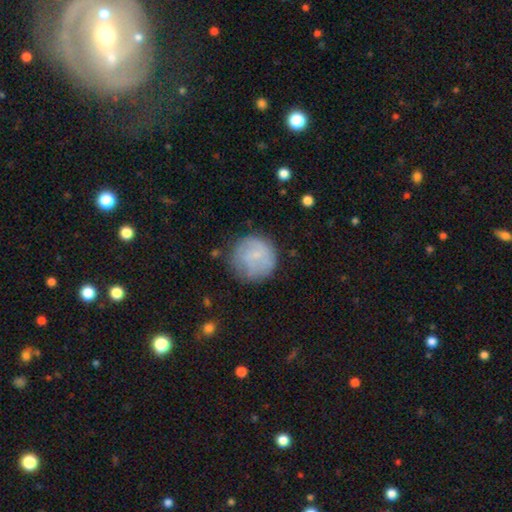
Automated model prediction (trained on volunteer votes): Morphology: type=smooth (62%); roundness=round (93%); merging=none (71%).